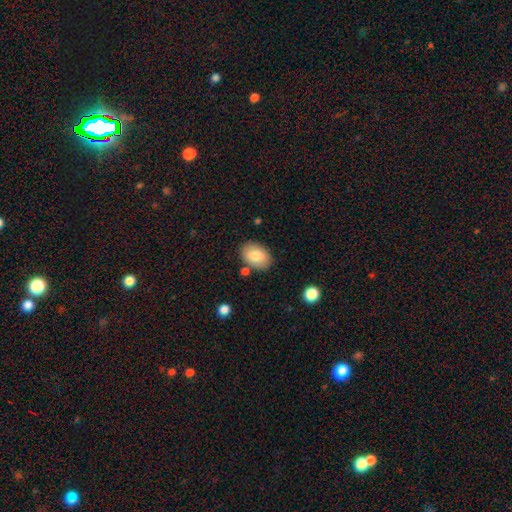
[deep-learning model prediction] Smooth or featured: smooth — 79% (featured or disk — 14%)
How rounded: in between — 86% (round — 13%)
Merging: none — 82% (minor disturbance — 11%)